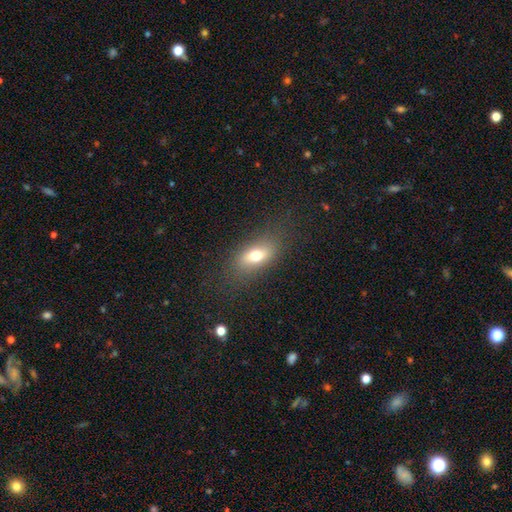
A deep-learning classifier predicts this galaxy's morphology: Smooth or featured?
  - smooth: 69% *
  - featured or disk: 21%
  - star or artifact: 10%
How rounded?
  - in between: 79% *
  - cigar-shaped: 12%
  - round: 9%
Merging?
  - none: 79% *
  - minor disturbance: 13%
  - major disturbance: 7%
  - merger: 1%